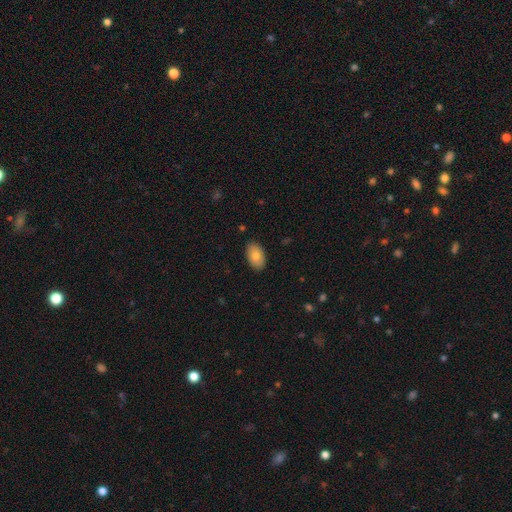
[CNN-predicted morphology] Smooth or featured? Predicted: smooth (p=0.80). How rounded? Predicted: in between (p=0.93). Merging? Predicted: none (p=0.87).